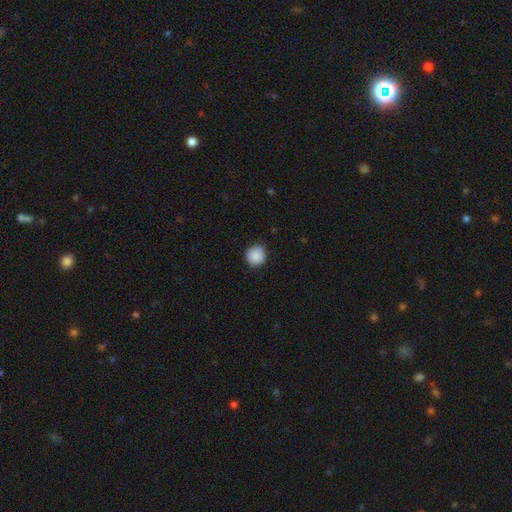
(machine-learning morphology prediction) A smooth galaxy with no disk features (89%) that is round (91%).

Vote fractions:
- Smooth or featured? smooth: 89% / star or artifact: 8% / featured or disk: 3%
- How rounded? round: 91% / in between: 8% / cigar-shaped: 1%
- Merging? none: 86% / minor disturbance: 11% / major disturbance: 2% / merger: 1%